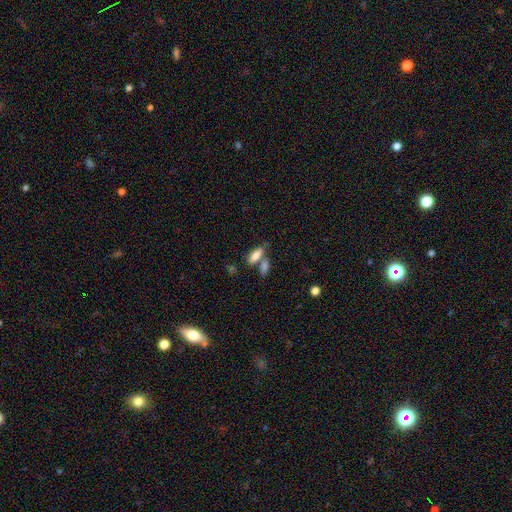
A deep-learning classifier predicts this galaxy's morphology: The model was most divided on "merging": none: 47%, merger: 37%, minor disturbance: 11%, major disturbance: 5%. More confident: smooth or featured — smooth (81%); how rounded — in between (74%).